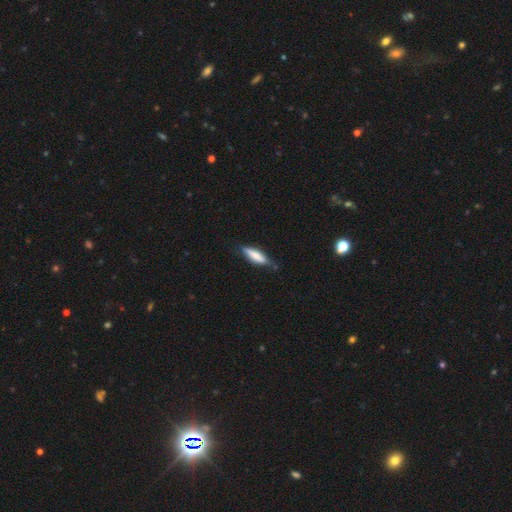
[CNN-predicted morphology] Overall: smooth (70%). How rounded: cigar-shaped (65%; in between 34%). Merging: none (71%).